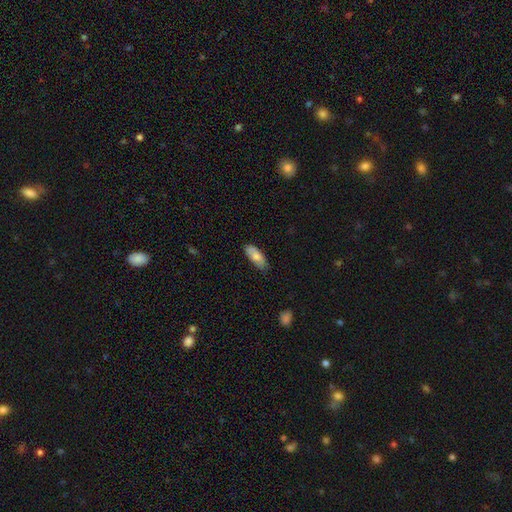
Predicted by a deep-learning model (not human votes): Smooth or featured: smooth — 78% (featured or disk — 17%)
How rounded: in between — 82% (cigar-shaped — 16%)
Merging: none — 77% (minor disturbance — 19%)